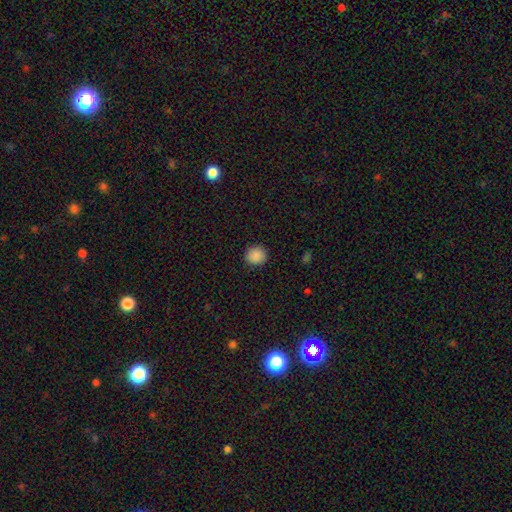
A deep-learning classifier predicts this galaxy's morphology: Smooth or featured?
  - smooth: 88% *
  - star or artifact: 9%
  - featured or disk: 2%
How rounded?
  - round: 91% *
  - in between: 8%
  - cigar-shaped: 1%
Merging?
  - none: 91% *
  - minor disturbance: 6%
  - major disturbance: 2%
  - merger: 1%